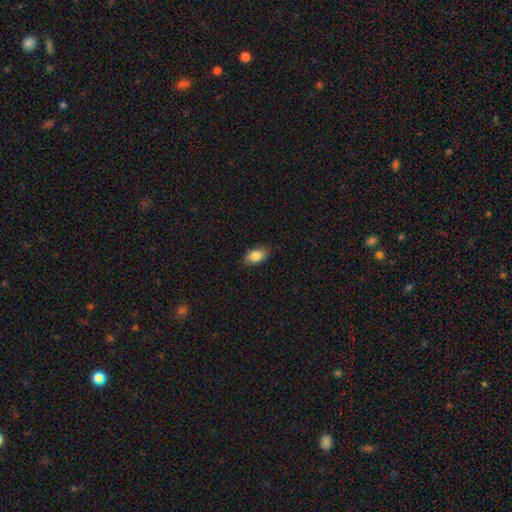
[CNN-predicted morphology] This appears to be a smooth galaxy with no disk features (84%) that is in between round and cigar-shaped (90%). Merging: none (82%).